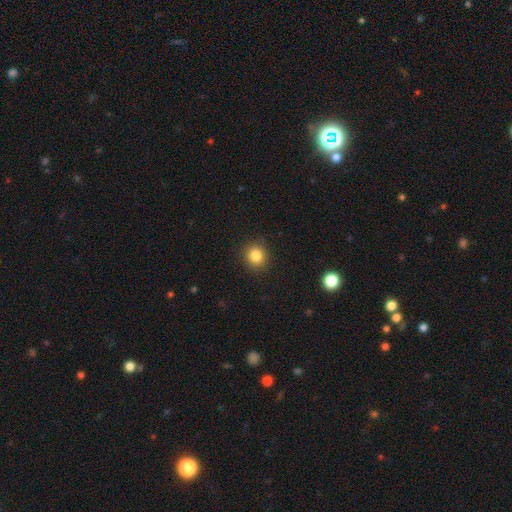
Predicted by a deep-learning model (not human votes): Smooth or featured? Predicted: smooth (p=0.84). How rounded? Predicted: round (p=0.89). Merging? Predicted: none (p=0.90).